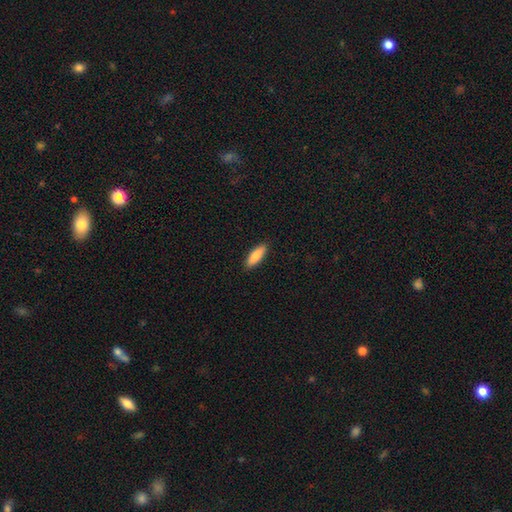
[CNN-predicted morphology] Smooth or featured? smooth (81%)
How rounded? in between (56%)
Merging? none (90%)